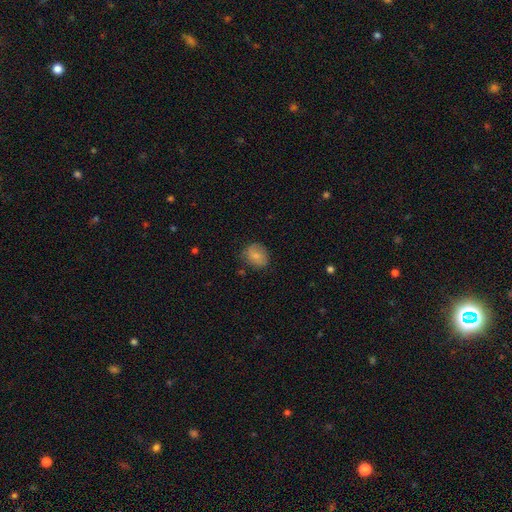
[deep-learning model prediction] Smooth or featured?
  - smooth: 79% *
  - featured or disk: 13%
  - star or artifact: 8%
How rounded?
  - round: 59% *
  - in between: 40%
  - cigar-shaped: 1%
Merging?
  - none: 74% *
  - minor disturbance: 20%
  - major disturbance: 5%
  - merger: 1%